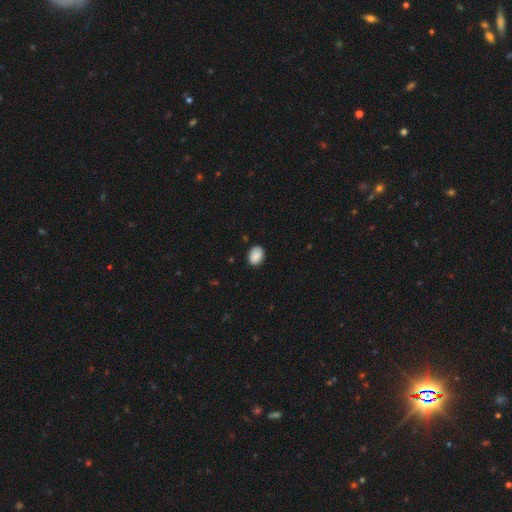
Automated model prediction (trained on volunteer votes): Smooth or featured? smooth (88%)
How rounded? in between (73%)
Merging? none (83%)